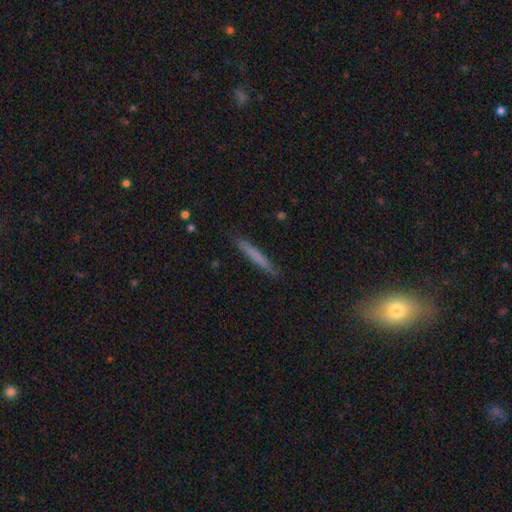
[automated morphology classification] Smooth or featured?
  - smooth: 70% *
  - featured or disk: 24%
  - star or artifact: 6%
How rounded?
  - cigar-shaped: 96% *
  - in between: 2%
  - round: 1%
Merging?
  - none: 89% *
  - minor disturbance: 8%
  - major disturbance: 1%
  - merger: 1%